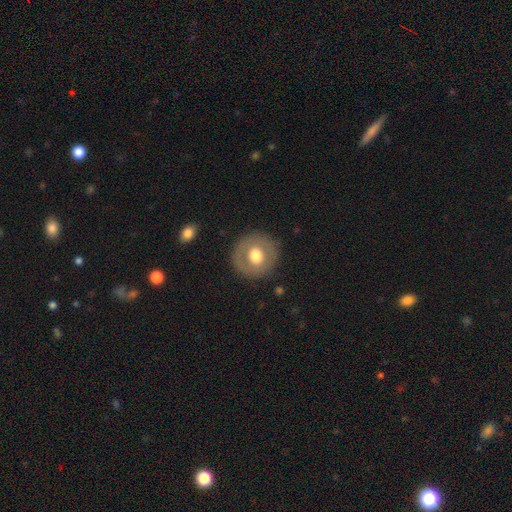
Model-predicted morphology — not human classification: type=smooth (58%); roundness=round (92%); merging=none (86%).